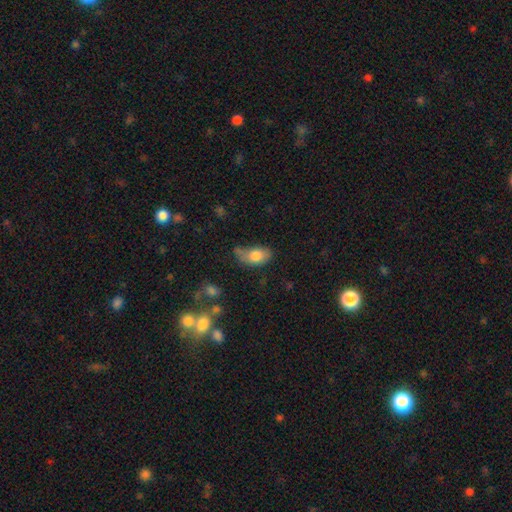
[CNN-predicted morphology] A smooth galaxy with no disk features (77%) that is in between round and cigar-shaped (89%). Merging: minor disturbance (36%).